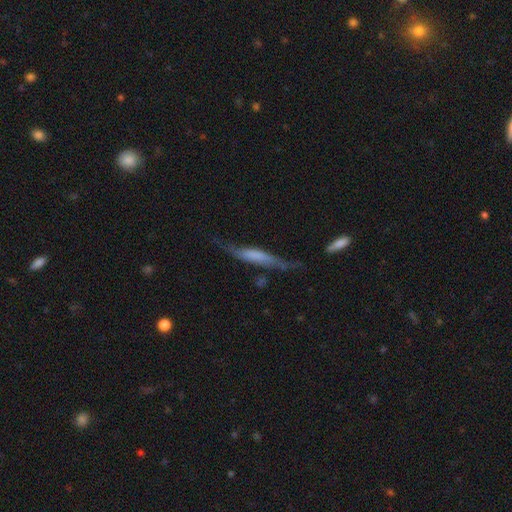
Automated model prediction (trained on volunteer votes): Morphology: type=featured or disk (54%); edge-on=yes (78%); merging=none (53%).